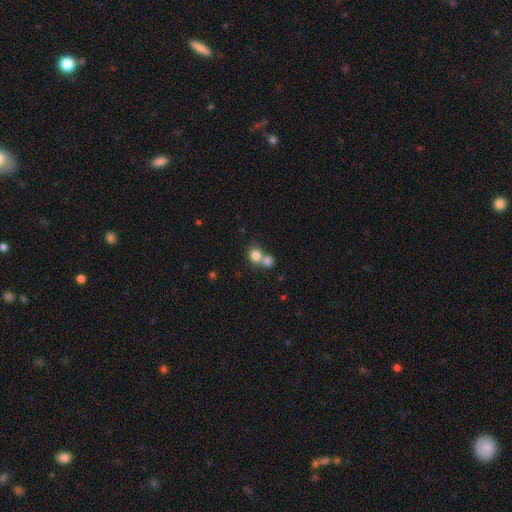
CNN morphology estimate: Overall: smooth (81%). How rounded: round (73%). Merging: merger (52%; none 38%).